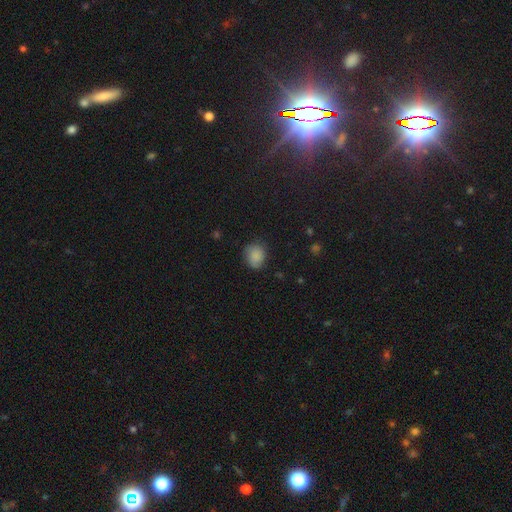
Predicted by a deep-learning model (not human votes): Smooth or featured: smooth — 83% (star or artifact — 9%)
How rounded: round — 66% (in between — 33%)
Merging: none — 75% (minor disturbance — 20%)